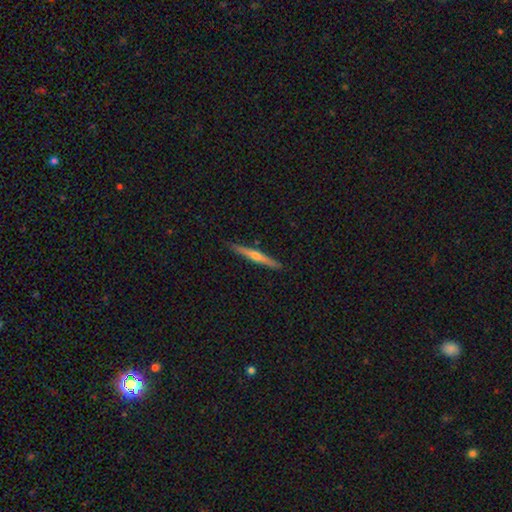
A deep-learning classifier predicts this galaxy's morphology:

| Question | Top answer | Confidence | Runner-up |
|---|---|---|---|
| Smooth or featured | featured or disk | 59% | smooth (35%) |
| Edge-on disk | yes | 97% | no (3%) |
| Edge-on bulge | rounded | 81% | none (15%) |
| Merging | none | 91% | minor disturbance (7%) |